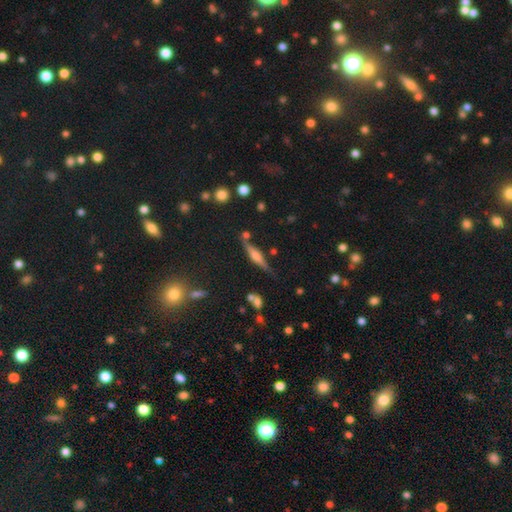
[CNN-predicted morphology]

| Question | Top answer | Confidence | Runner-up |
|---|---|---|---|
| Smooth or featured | featured or disk | 66% | smooth (25%) |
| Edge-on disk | yes | 96% | no (4%) |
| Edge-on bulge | rounded | 74% | boxy (19%) |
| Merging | none | 77% | minor disturbance (13%) |